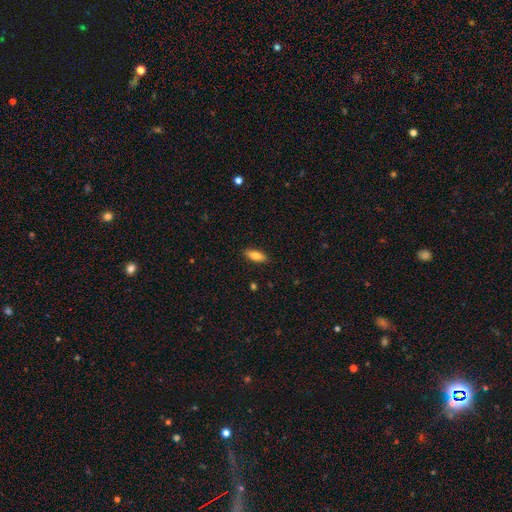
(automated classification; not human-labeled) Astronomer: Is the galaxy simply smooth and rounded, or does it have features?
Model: smooth — 79%.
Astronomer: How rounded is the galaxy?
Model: in between — 69%.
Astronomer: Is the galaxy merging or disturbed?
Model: none — 88%.